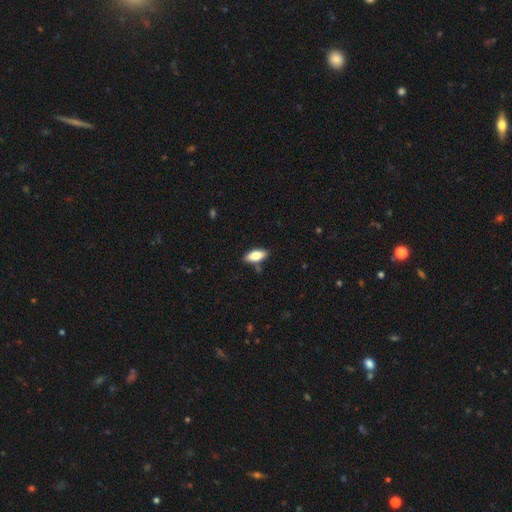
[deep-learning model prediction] A smooth galaxy with no disk features (77%) that is in between round and cigar-shaped (84%).

Vote fractions:
- Smooth or featured? smooth: 77% / featured or disk: 16% / star or artifact: 7%
- How rounded? in between: 84% / cigar-shaped: 14% / round: 2%
- Merging? none: 82% / minor disturbance: 12% / merger: 4% / major disturbance: 2%